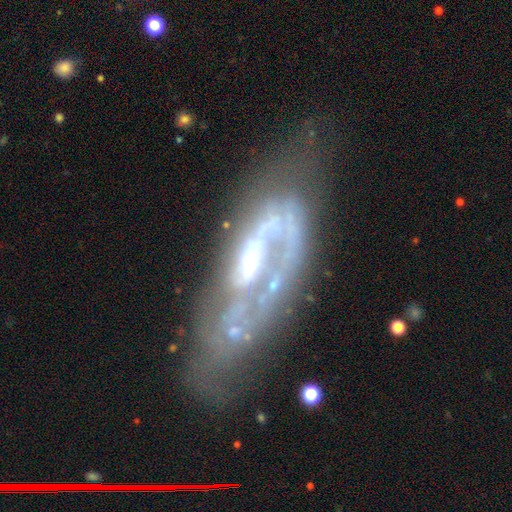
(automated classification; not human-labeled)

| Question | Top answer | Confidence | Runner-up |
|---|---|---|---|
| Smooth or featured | featured or disk | 79% | smooth (13%) |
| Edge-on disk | no | 89% | yes (11%) |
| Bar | no | 53% | weak (32%) |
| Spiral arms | yes | 73% | no (27%) |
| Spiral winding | tight | 40% | medium (38%) |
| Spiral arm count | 1 | 41% | 2 (26%) |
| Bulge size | small | 40% | moderate (36%) |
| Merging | none | 43% | major disturbance (27%) |